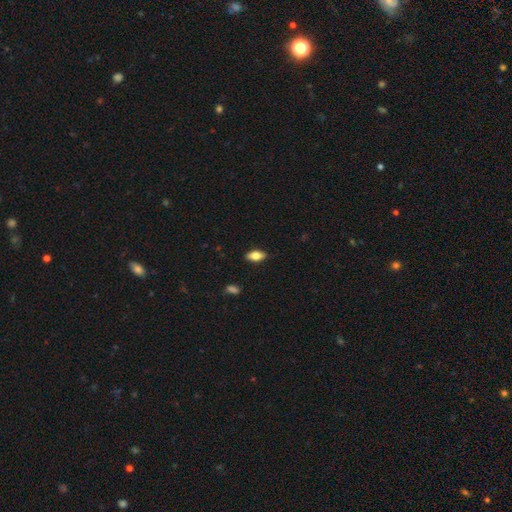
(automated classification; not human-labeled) This appears to be a smooth galaxy with no disk features (74%) that is in between round and cigar-shaped (88%). Merging: none (87%).